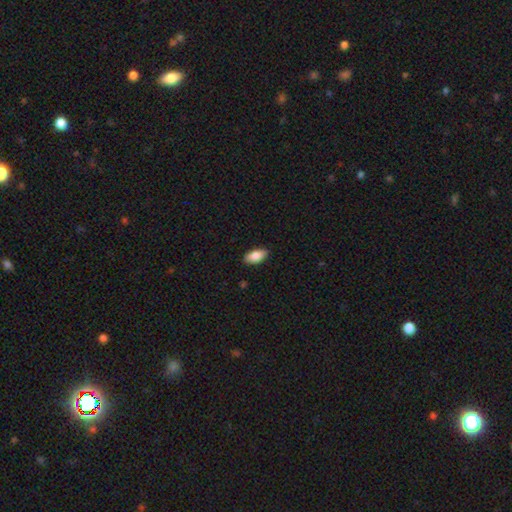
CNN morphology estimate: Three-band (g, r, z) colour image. It shows a smooth galaxy with no disk features (85%) that is in between round and cigar-shaped (91%). Merging: none (88%).